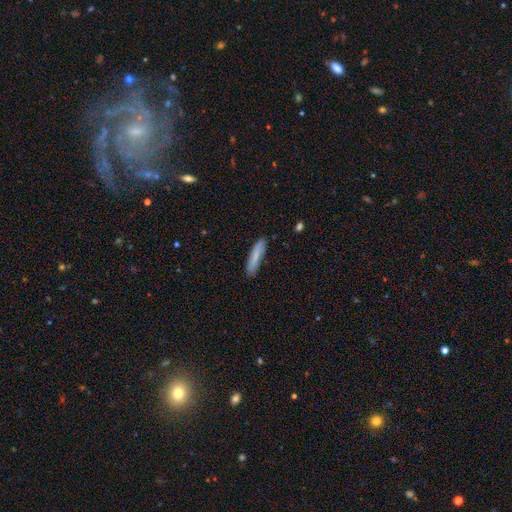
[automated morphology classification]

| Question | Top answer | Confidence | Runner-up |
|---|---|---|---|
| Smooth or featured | smooth | 78% | featured or disk (15%) |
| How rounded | cigar-shaped | 84% | in between (15%) |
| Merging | none | 86% | minor disturbance (11%) |